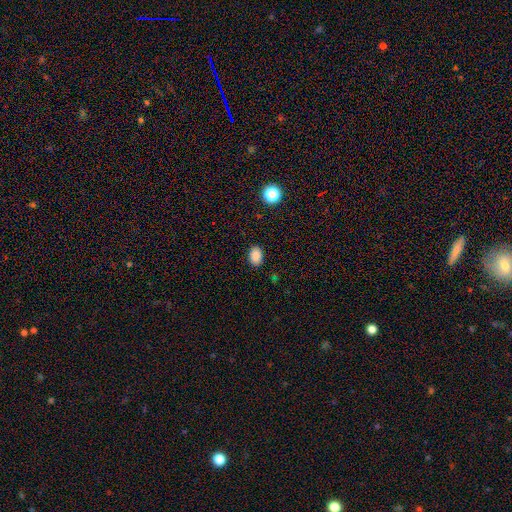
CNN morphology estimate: Smooth or featured? smooth (86%)
How rounded? in between (78%)
Merging? none (87%)